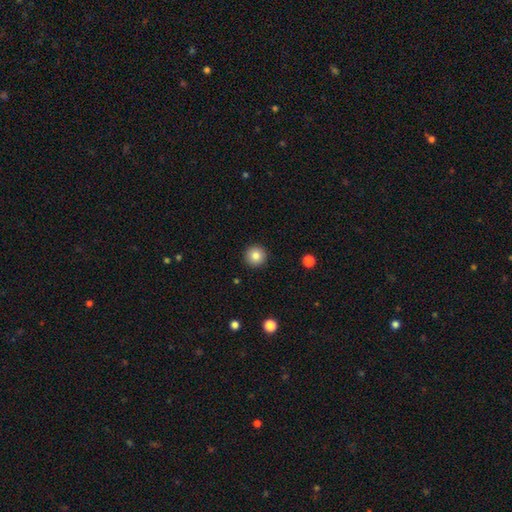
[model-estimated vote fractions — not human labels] smooth-or-featured: smooth: 84% | star or artifact: 10% | featured or disk: 7%
  how-rounded: round: 96% | in between: 3% | cigar-shaped: 1%
  merging: none: 92% | minor disturbance: 5% | major disturbance: 2% | merger: 1%